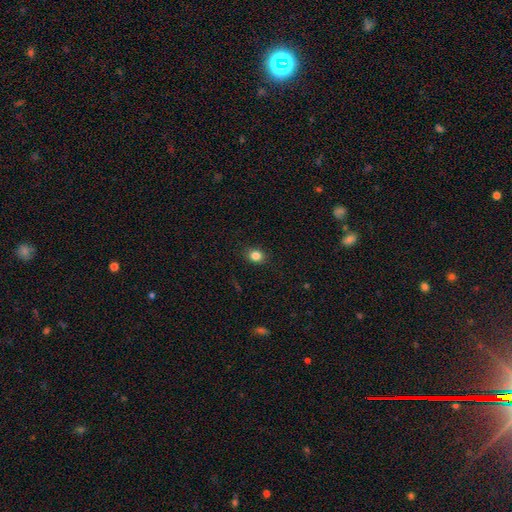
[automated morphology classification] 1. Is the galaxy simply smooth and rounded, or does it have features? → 83% smooth, 11% star or artifact, 5% featured or disk.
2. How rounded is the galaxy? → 58% round, 41% in between, 1% cigar-shaped.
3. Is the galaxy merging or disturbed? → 89% none, 8% minor disturbance, 2% major disturbance, 1% merger.